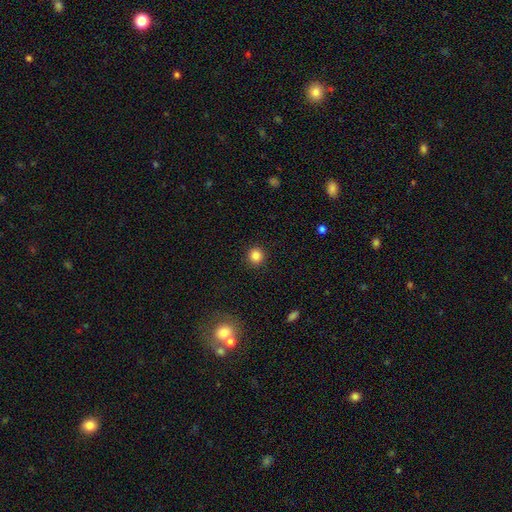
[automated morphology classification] The model was most divided on "smooth or featured": smooth: 85%, star or artifact: 11%, featured or disk: 4%. More confident: how rounded — round (91%); merging — none (91%).